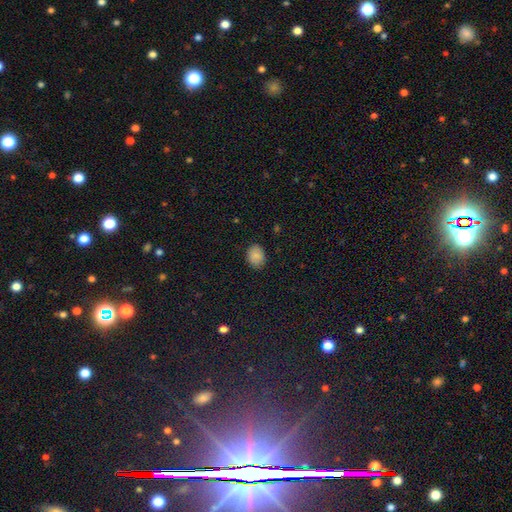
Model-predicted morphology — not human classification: Smooth or featured?
  - smooth: 87% *
  - star or artifact: 8%
  - featured or disk: 5%
How rounded?
  - in between: 60% *
  - round: 39%
  - cigar-shaped: 1%
Merging?
  - none: 87% *
  - minor disturbance: 10%
  - major disturbance: 2%
  - merger: 1%